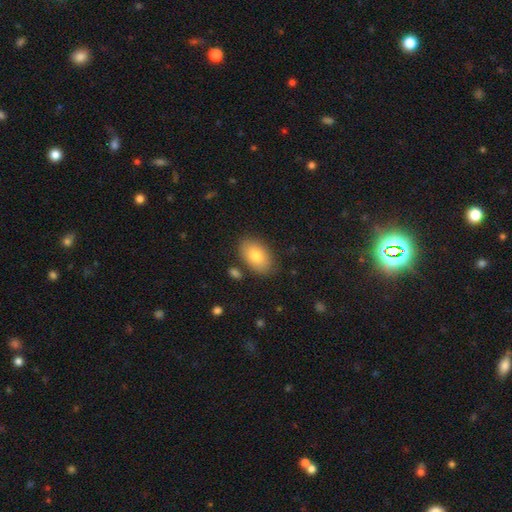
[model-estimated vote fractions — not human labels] A smooth galaxy with no disk features (81%) that is in between round and cigar-shaped (92%).

Vote fractions:
- Smooth or featured? smooth: 81% / featured or disk: 12% / star or artifact: 7%
- How rounded? in between: 92% / round: 7% / cigar-shaped: 1%
- Merging? none: 82% / minor disturbance: 12% / merger: 4% / major disturbance: 3%